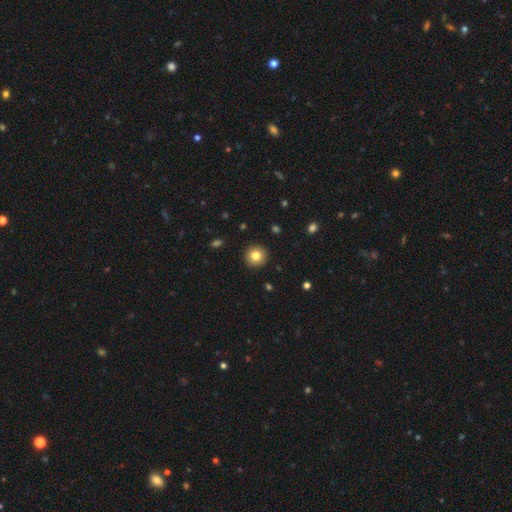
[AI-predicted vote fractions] Q: Smooth or featured?
A: smooth (81%); runner-up: star or artifact (10%)
Q: How rounded?
A: round (95%); runner-up: in between (4%)
Q: Merging?
A: none (92%); runner-up: minor disturbance (5%)